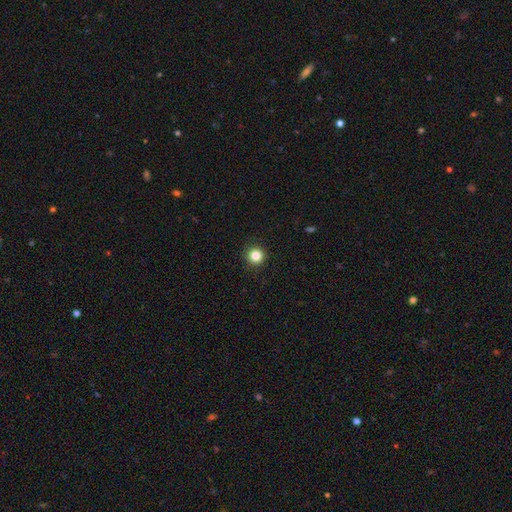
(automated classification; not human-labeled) smooth 84%, star or artifact 12%, featured or disk 4%. Down the decision tree: how rounded — round (96%); merging — none (93%).